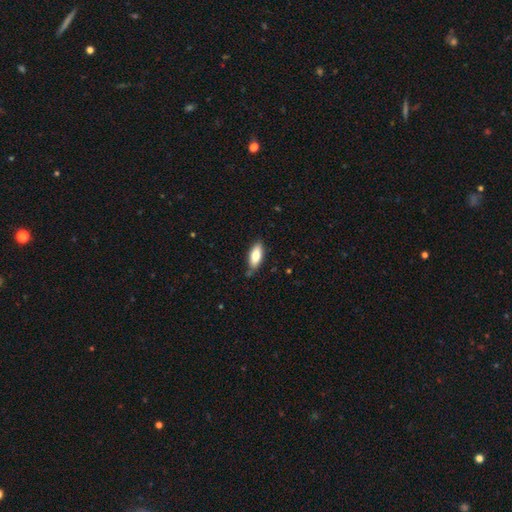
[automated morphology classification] A smooth galaxy with no disk features (78%) that is in between round and cigar-shaped (80%).

Vote fractions:
- Smooth or featured? smooth: 78% / featured or disk: 16% / star or artifact: 6%
- How rounded? in between: 80% / cigar-shaped: 18% / round: 2%
- Merging? none: 80% / minor disturbance: 16% / major disturbance: 3% / merger: 2%